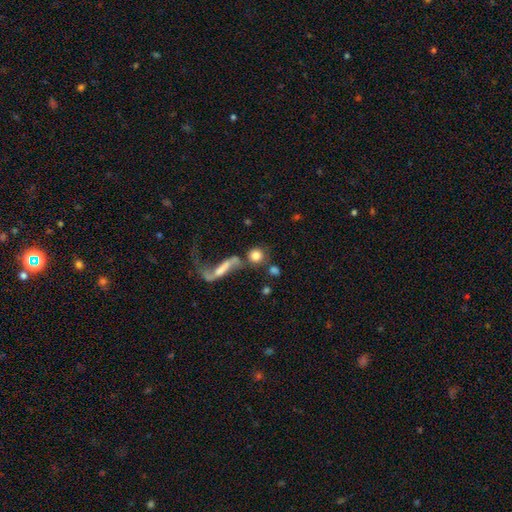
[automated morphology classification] Smooth or featured? smooth (77%)
How rounded? round (85%)
Merging? none (54%)